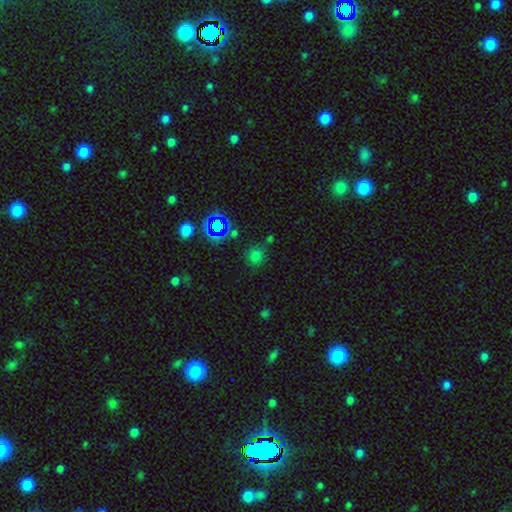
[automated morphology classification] Smooth or featured? smooth (68%)
How rounded? round (88%)
Merging? none (76%)